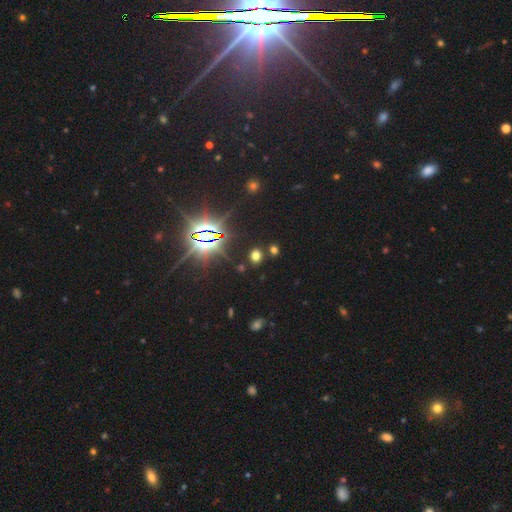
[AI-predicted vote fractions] A smooth galaxy with no disk features (53%) that is round (58%). Merging: none (85%).